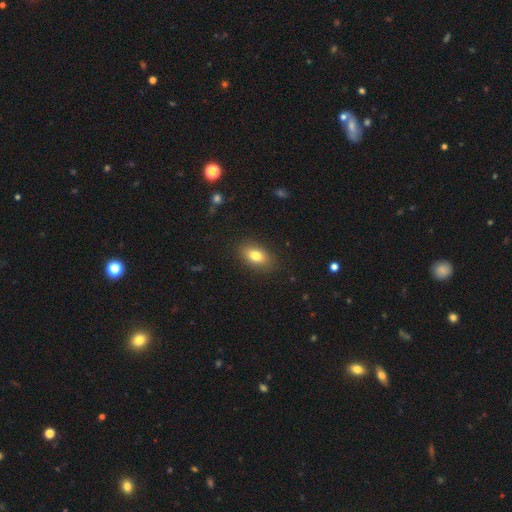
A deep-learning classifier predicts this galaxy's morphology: Q: Smooth or featured?
A: smooth (80%); runner-up: featured or disk (11%)
Q: How rounded?
A: in between (87%); runner-up: round (10%)
Q: Merging?
A: none (87%); runner-up: minor disturbance (9%)